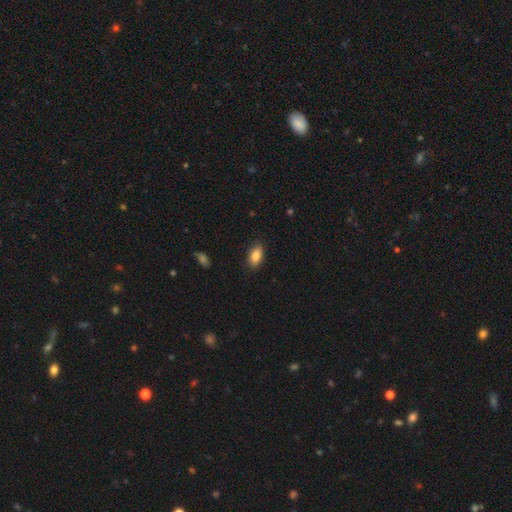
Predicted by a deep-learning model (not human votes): smooth-or-featured: smooth: 86% | star or artifact: 8% | featured or disk: 7%
  how-rounded: in between: 91% | round: 6% | cigar-shaped: 3%
  merging: none: 85% | minor disturbance: 11% | major disturbance: 2% | merger: 1%